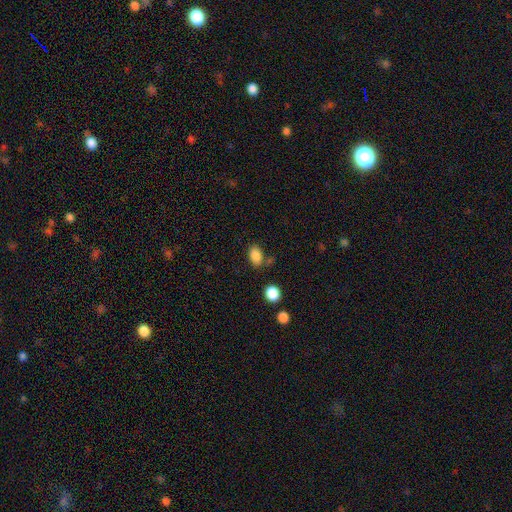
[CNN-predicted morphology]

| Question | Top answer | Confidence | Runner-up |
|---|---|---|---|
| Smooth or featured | smooth | 86% | star or artifact (10%) |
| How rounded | in between | 84% | round (15%) |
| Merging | none | 72% | minor disturbance (15%) |